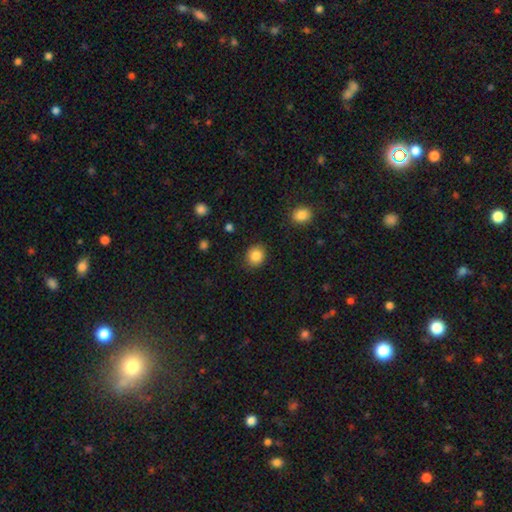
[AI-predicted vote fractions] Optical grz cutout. It shows a smooth galaxy with no disk features (86%) that is round (75%). Merging: none (88%).